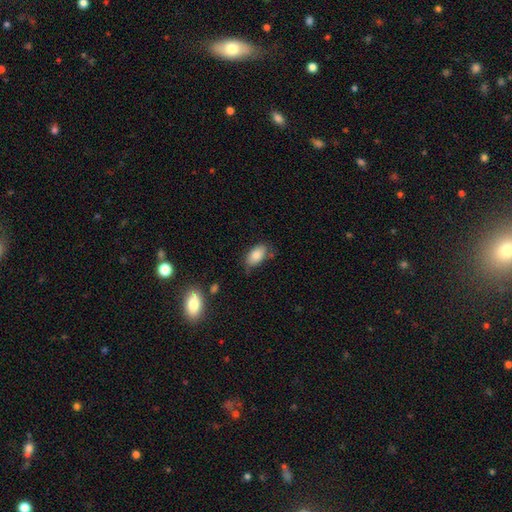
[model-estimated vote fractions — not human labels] A smooth galaxy with no disk features (83%) that is in between round and cigar-shaped (93%). Merging: none (69%).